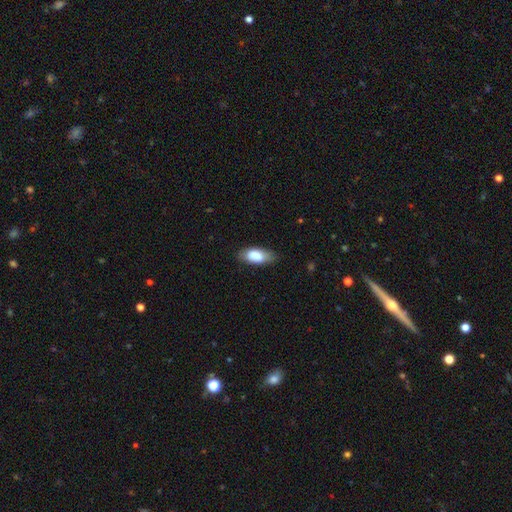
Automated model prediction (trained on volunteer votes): A smooth galaxy with no disk features (82%) that is in between round and cigar-shaped (85%). Merging: none (71%).